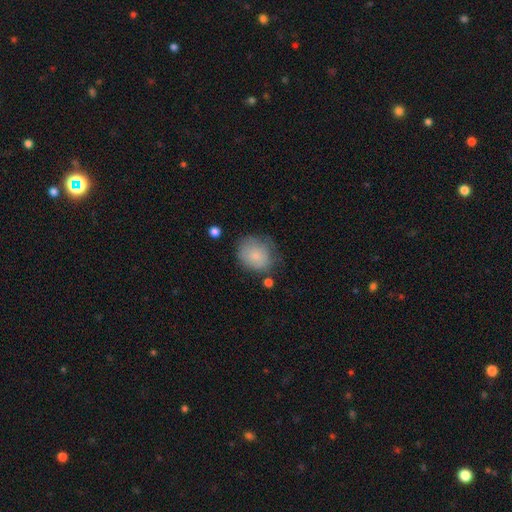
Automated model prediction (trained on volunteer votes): A smooth galaxy with no disk features (77%) that is round (66%).

Vote fractions:
- Smooth or featured? smooth: 77% / featured or disk: 15% / star or artifact: 8%
- How rounded? round: 66% / in between: 33% / cigar-shaped: 1%
- Merging? none: 57% / minor disturbance: 28% / major disturbance: 10% / merger: 4%